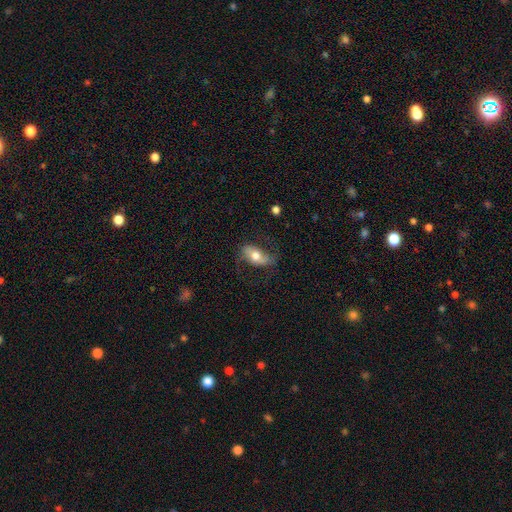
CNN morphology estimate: Q: Smooth or featured?
A: featured or disk (48%); runner-up: smooth (44%)
Q: Merging?
A: none (64%); runner-up: minor disturbance (20%)